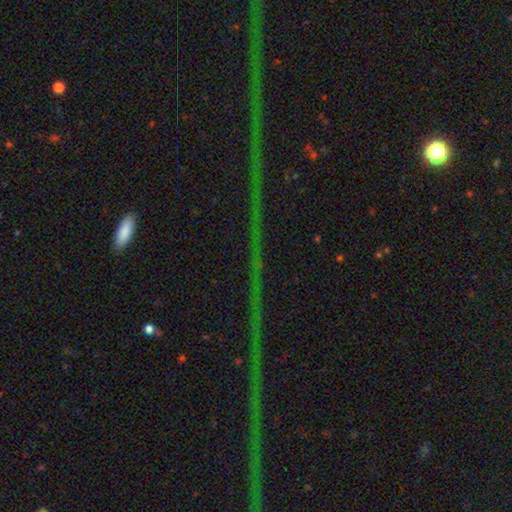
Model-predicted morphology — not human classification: Smooth or featured: star or artifact — 73% (featured or disk — 17%)